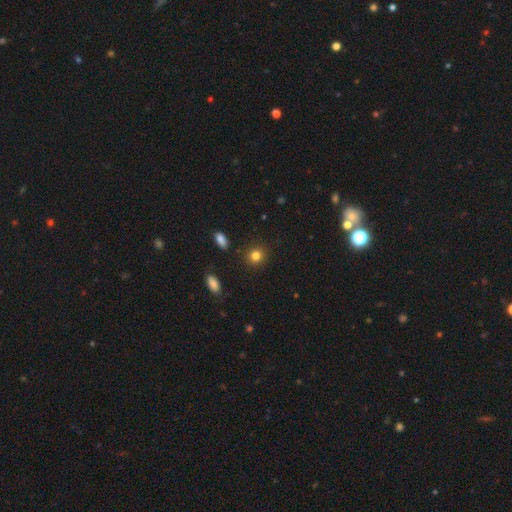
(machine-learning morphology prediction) This is clearly a smooth galaxy (83%). How rounded: clearly round (84%). Merging: clearly none (90%).